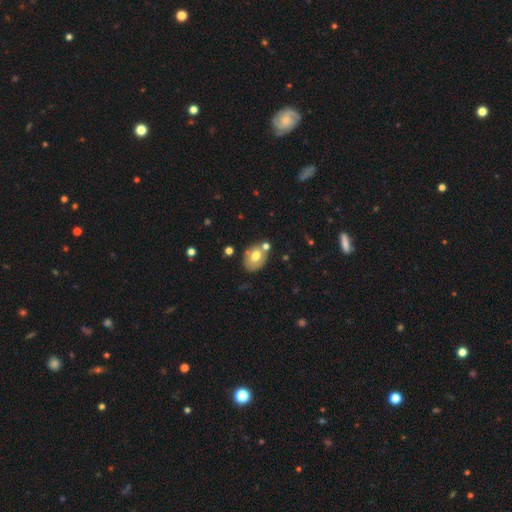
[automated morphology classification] Smooth or featured?
  - smooth: 65% *
  - featured or disk: 26%
  - star or artifact: 9%
How rounded?
  - in between: 70% *
  - round: 29%
  - cigar-shaped: 1%
Merging?
  - none: 58% *
  - merger: 19%
  - minor disturbance: 18%
  - major disturbance: 5%